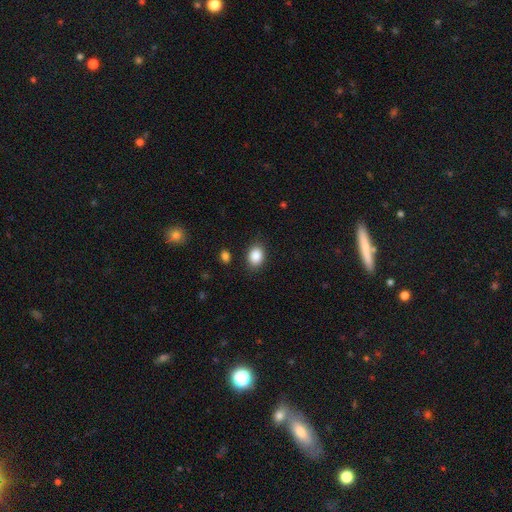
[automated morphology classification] smooth-or-featured: smooth: 87% | star or artifact: 8% | featured or disk: 4%
  how-rounded: in between: 66% | round: 33% | cigar-shaped: 1%
  merging: none: 85% | minor disturbance: 10% | major disturbance: 3% | merger: 2%